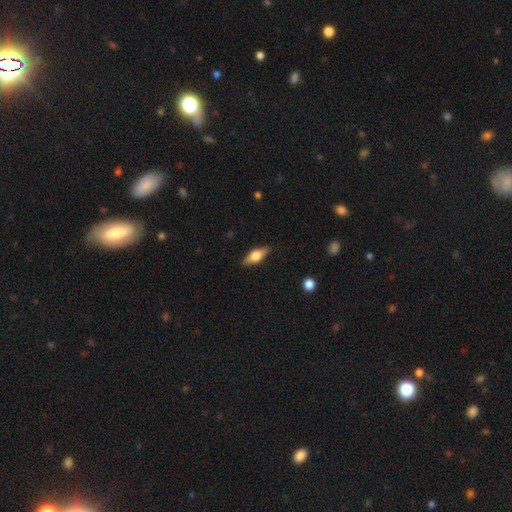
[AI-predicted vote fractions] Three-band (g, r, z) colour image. It shows a smooth galaxy with no disk features (57%) that is in between round and cigar-shaped (71%). Merging: none (86%).